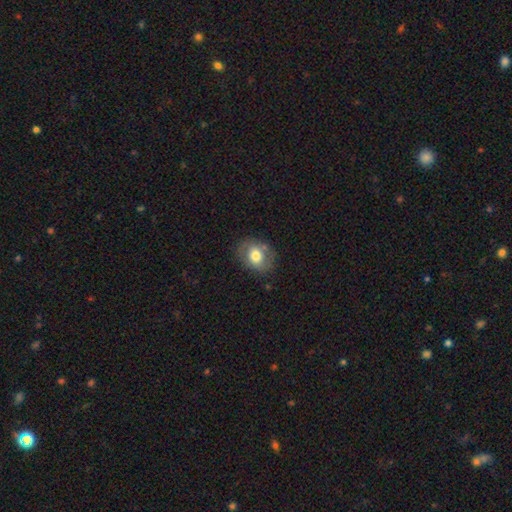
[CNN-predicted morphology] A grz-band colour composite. It shows a smooth galaxy with no disk features (68%) that is in between round and cigar-shaped (57%). Merging: none (74%).